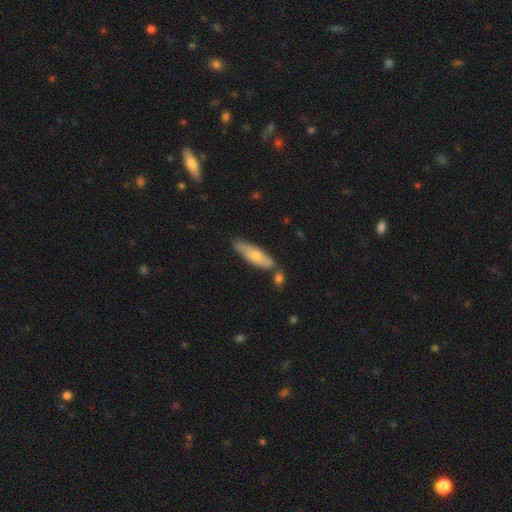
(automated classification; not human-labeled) The model was most divided on "smooth or featured": smooth: 52%, featured or disk: 40%, star or artifact: 9%. More confident: merging — none (75%); how rounded — cigar-shaped (59%).